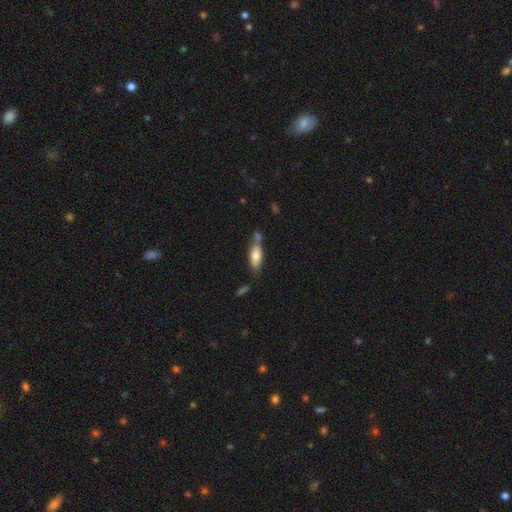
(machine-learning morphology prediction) smooth-or-featured: smooth: 71% | featured or disk: 22% | star or artifact: 7%
  how-rounded: in between: 60% | cigar-shaped: 37% | round: 2%
  merging: none: 51% | merger: 25% | minor disturbance: 19% | major disturbance: 5%